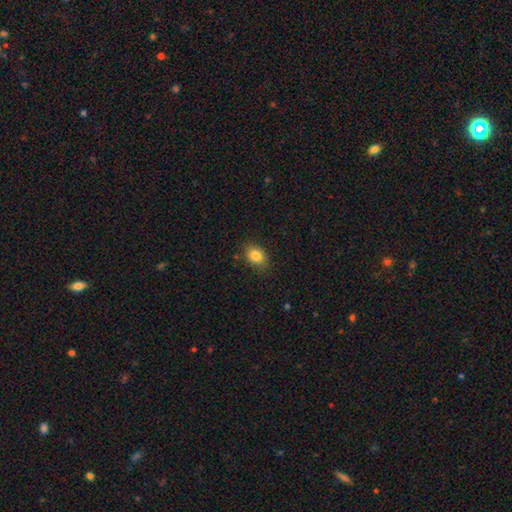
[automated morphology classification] smooth-or-featured: smooth: 83% | star or artifact: 10% | featured or disk: 8%
  how-rounded: in between: 66% | round: 32% | cigar-shaped: 1%
  merging: none: 82% | minor disturbance: 14% | major disturbance: 3% | merger: 1%